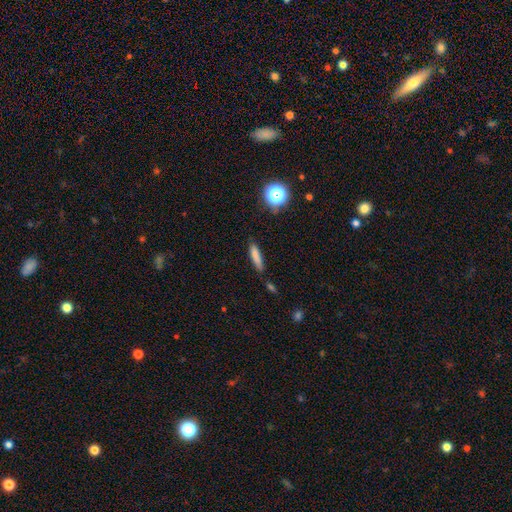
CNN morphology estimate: Smooth or featured? Predicted: smooth (p=0.79). How rounded? Predicted: cigar-shaped (p=0.79). Merging? Predicted: none (p=0.77).